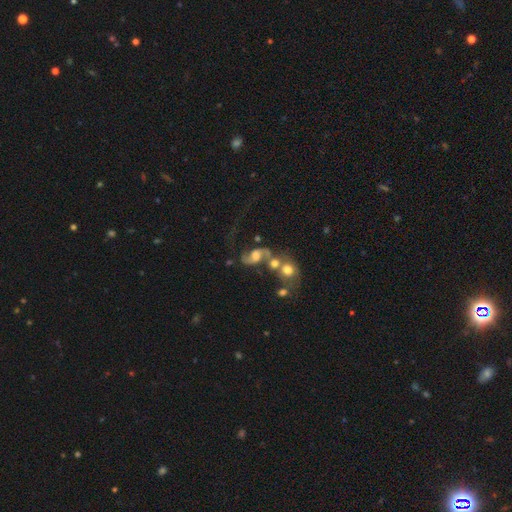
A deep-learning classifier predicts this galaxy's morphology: featured or disk 73%, smooth 17%, star or artifact 9%. Down the decision tree: edge-on disk — no (96%); bar — no (55%); spiral arms — yes (90%); spiral arm count — 2 (89%); spiral winding — loose (69%); bulge size — moderate (53%); merging — merger (37%).